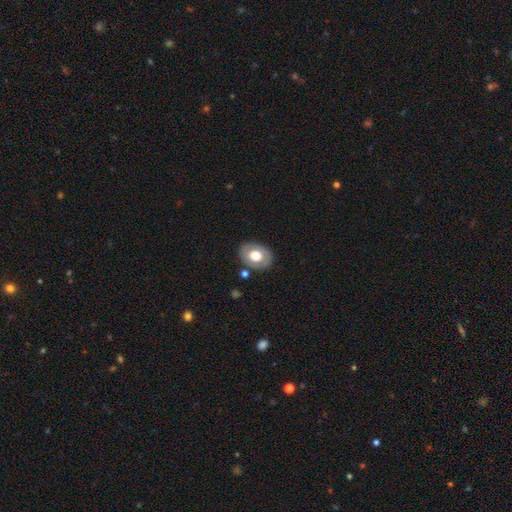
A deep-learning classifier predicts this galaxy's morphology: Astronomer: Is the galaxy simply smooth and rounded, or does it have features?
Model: smooth — 58% (runner-up: featured or disk, 35%).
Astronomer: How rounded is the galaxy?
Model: in between — 65%.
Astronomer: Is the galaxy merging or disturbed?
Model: none — 82%.